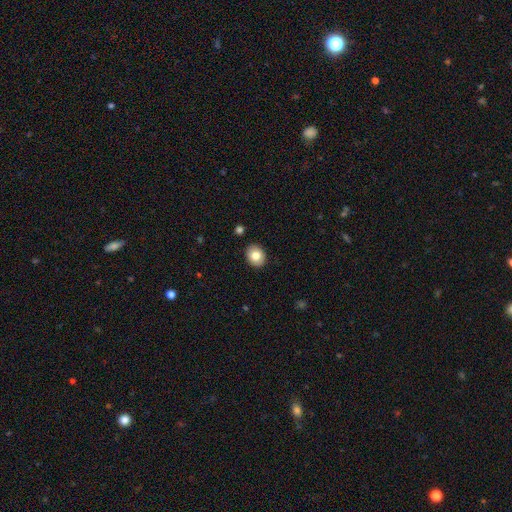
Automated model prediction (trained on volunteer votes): smooth-or-featured: smooth: 79% | featured or disk: 12% | star or artifact: 8%
  how-rounded: round: 52% | in between: 47% | cigar-shaped: 1%
  merging: none: 90% | minor disturbance: 7% | major disturbance: 2% | merger: 1%